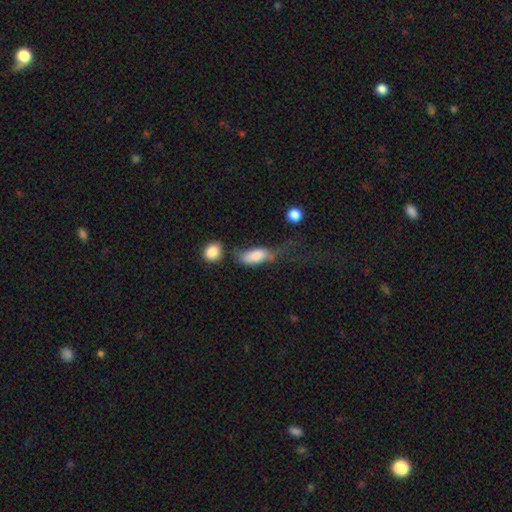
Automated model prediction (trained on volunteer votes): Overall: smooth (78%). How rounded: in between (83%). Merging: major disturbance (34%; minor disturbance 26%).